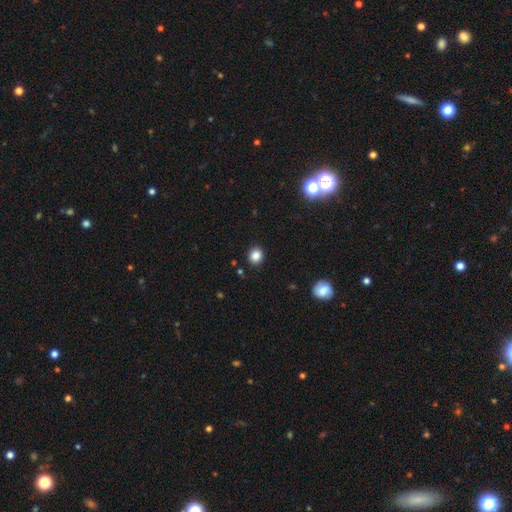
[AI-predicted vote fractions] Q: Smooth or featured?
A: smooth (85%); runner-up: star or artifact (10%)
Q: How rounded?
A: round (77%); runner-up: in between (22%)
Q: Merging?
A: none (90%); runner-up: minor disturbance (7%)